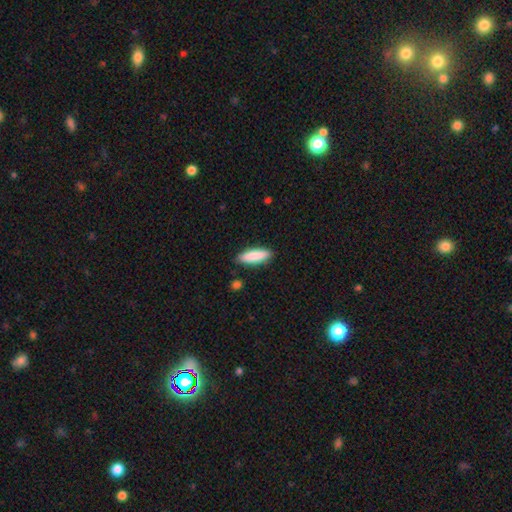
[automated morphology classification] The model was most divided on "how rounded": cigar-shaped: 58%, in between: 41%, round: 2%. More confident: merging — none (86%); smooth or featured — smooth (85%).